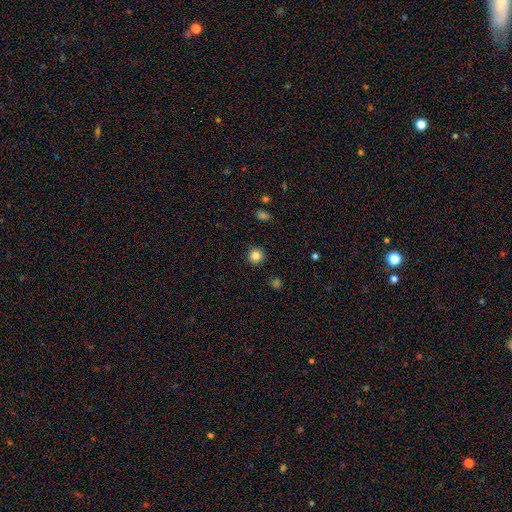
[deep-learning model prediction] A smooth galaxy with no disk features (83%) that is round (95%). Merging: none (92%).